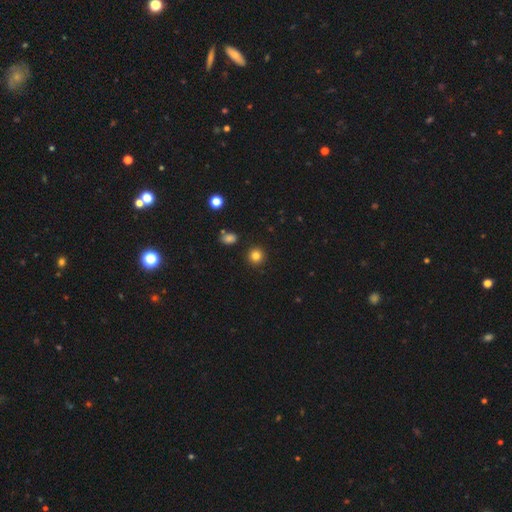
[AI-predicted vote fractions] Smooth or featured? smooth (83%)
How rounded? round (93%)
Merging? none (91%)